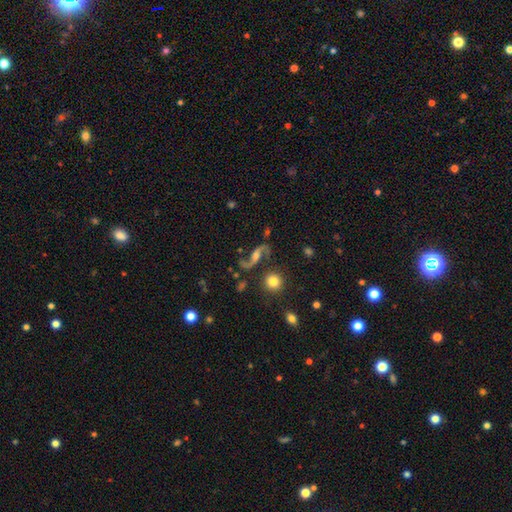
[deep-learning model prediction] This is clearly a featured or disk galaxy (81%). It is clearly not viewed edge-on (95%). Bar: possibly no (49%). Spiral arm pattern: clearly yes (95%). Spiral arm count: clearly 2 (91%). Spiral winding: likely loose (75%). Central bulge: possibly moderate (46%). Merging: likely none (69%).